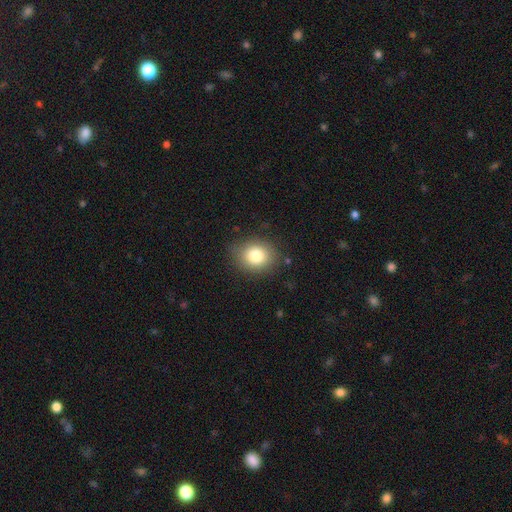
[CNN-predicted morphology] type=smooth (81%); roundness=round (64%); merging=none (84%).